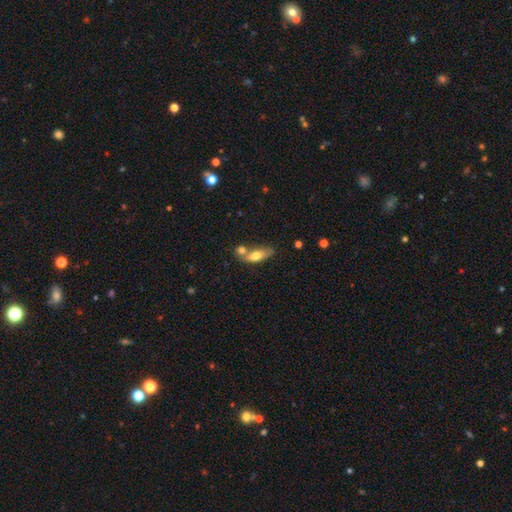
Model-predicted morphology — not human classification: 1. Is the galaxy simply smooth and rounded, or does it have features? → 67% smooth, 26% featured or disk, 7% star or artifact.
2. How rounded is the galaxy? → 61% in between, 35% cigar-shaped, 4% round.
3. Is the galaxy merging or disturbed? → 45% none, 35% merger, 15% minor disturbance, 6% major disturbance.